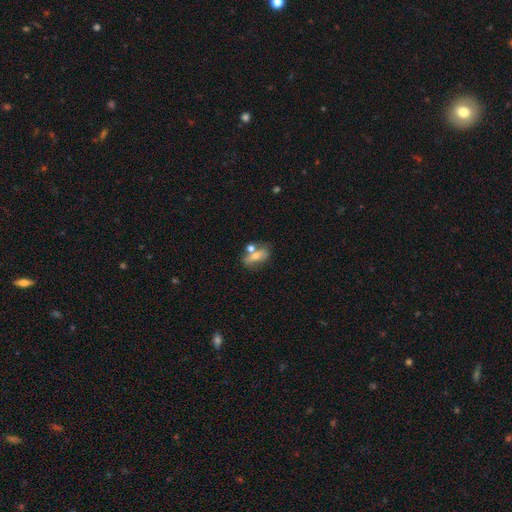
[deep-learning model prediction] Smooth or featured?
  - smooth: 49% *
  - featured or disk: 40%
  - star or artifact: 10%
Merging?
  - none: 50% *
  - merger: 29%
  - minor disturbance: 14%
  - major disturbance: 7%